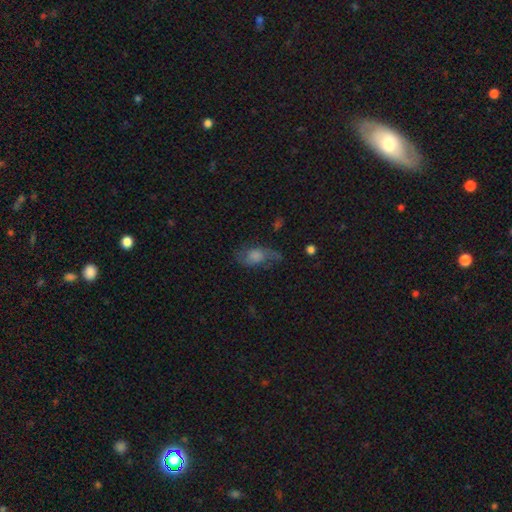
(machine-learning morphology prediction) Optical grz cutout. It shows a featured or disk galaxy (44%). Merging: none (55%).